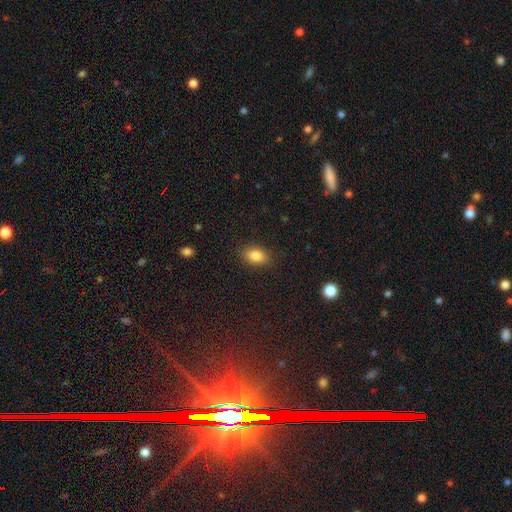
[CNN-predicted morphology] Smooth or featured? Predicted: smooth (p=0.85). How rounded? Predicted: in between (p=0.85). Merging? Predicted: none (p=0.87).